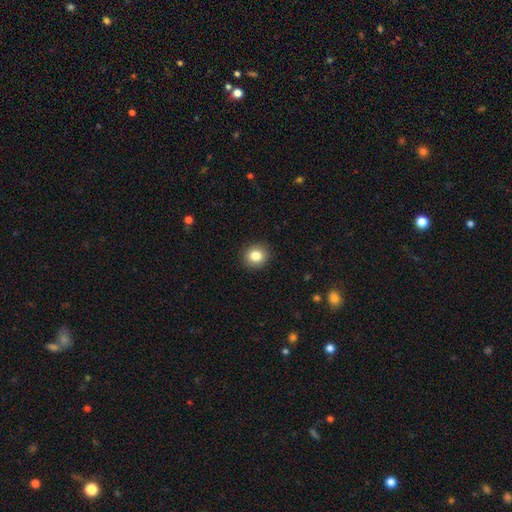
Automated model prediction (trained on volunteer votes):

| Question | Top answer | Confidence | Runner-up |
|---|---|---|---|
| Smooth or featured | smooth | 84% | star or artifact (10%) |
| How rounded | round | 84% | in between (15%) |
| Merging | none | 91% | minor disturbance (6%) |